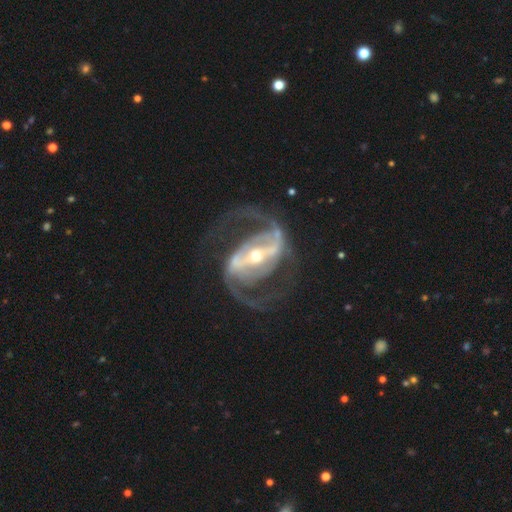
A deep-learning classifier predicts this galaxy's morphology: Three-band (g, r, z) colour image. It shows a featured or disk galaxy (93%) with a strong bar (73%), 2 (92%) medium (58%) spiral arms (97%) and a small central bulge (48%). Merging: none (74%).